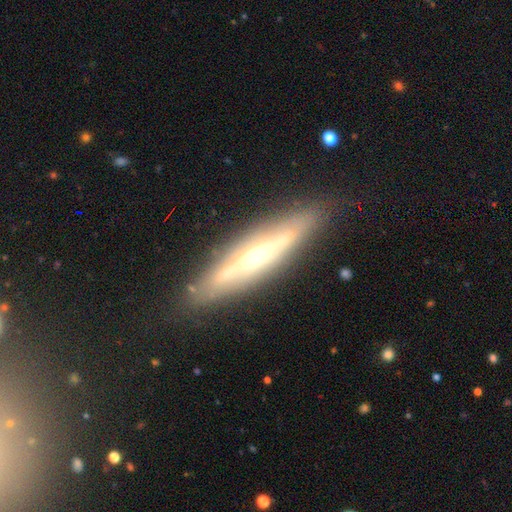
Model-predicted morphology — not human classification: Smooth or featured? Predicted: featured or disk (p=0.69). Edge-on disk? Predicted: yes (p=0.83). Edge-on bulge? Predicted: rounded (p=0.74). Merging? Predicted: none (p=0.83).